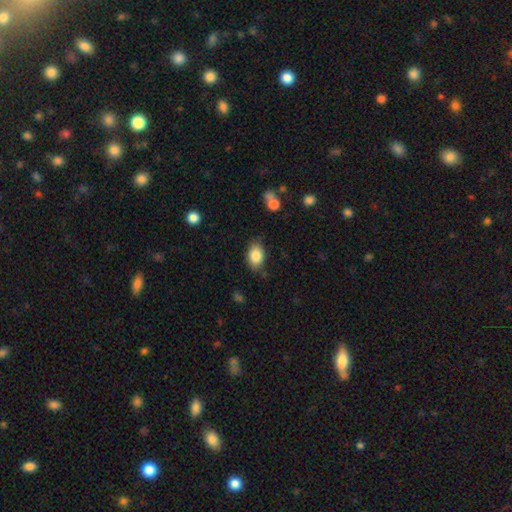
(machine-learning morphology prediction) This appears to be a smooth galaxy with no disk features (85%) that is in between round and cigar-shaped (84%). Merging: none (78%).